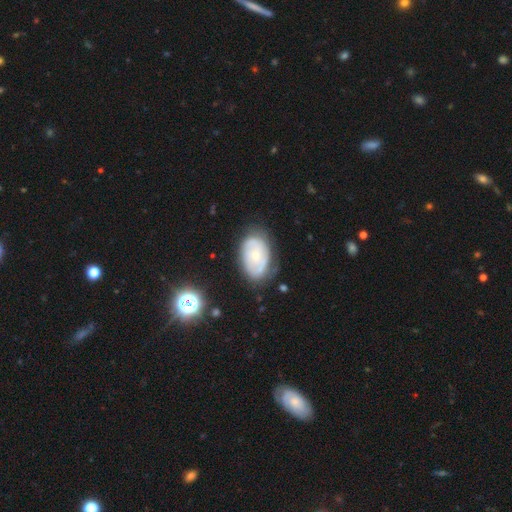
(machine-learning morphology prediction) This appears to be a featured or disk galaxy (59%) with no bar (82%), spiral arms (57%) and a small central bulge (60%). Merging: none (63%).